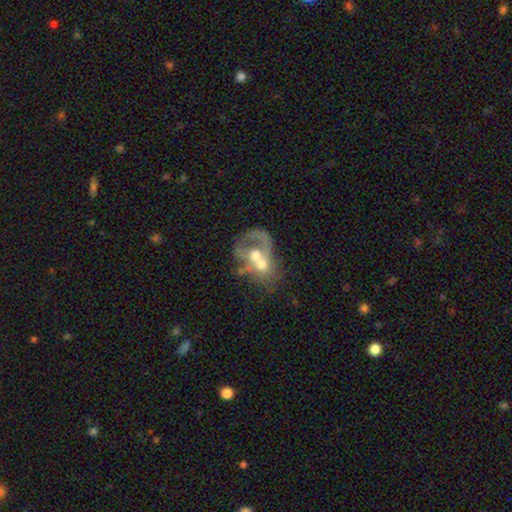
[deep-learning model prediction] A featured or disk galaxy (57%) with no bar (86%), no spiral arms (75%) and a moderate central bulge (64%). Merging: merger (66%).